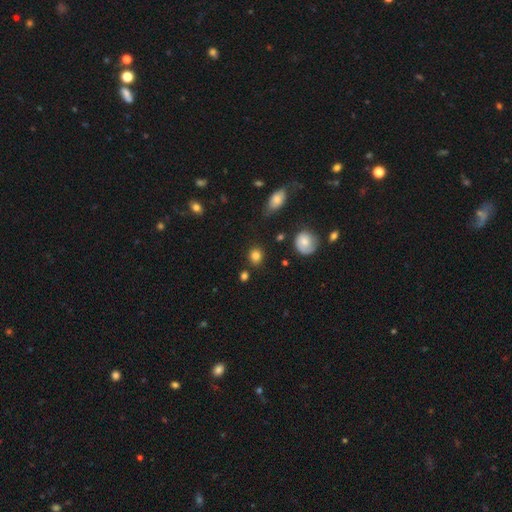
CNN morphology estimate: This appears to be a smooth galaxy with no disk features (83%) that is round (74%). Merging: none (84%).